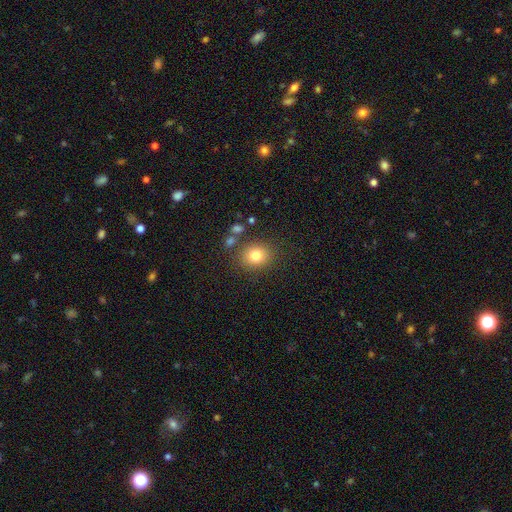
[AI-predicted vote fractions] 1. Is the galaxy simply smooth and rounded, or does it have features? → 80% smooth, 12% star or artifact, 9% featured or disk.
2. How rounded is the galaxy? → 70% round, 29% in between, 1% cigar-shaped.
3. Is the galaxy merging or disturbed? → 80% none, 11% minor disturbance, 6% merger, 4% major disturbance.